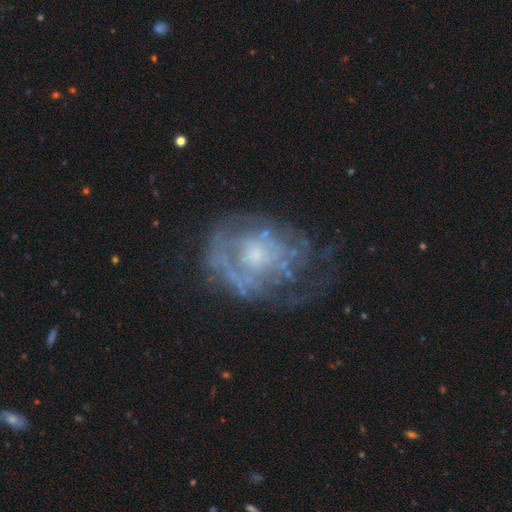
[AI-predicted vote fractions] Overall: featured or disk (72%). Edge-on disk: no (97%). Bar: no (81%). Spiral arms: yes (50%, tied with no). Bulge size: small (42%; moderate 36%). Merging: none (51%; major disturbance 24%).